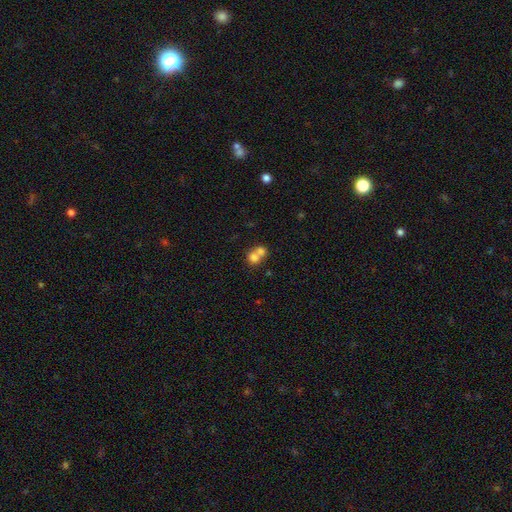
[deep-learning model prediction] This appears to be a smooth galaxy with no disk features (73%) that is round (78%). Merging: merger (66%).